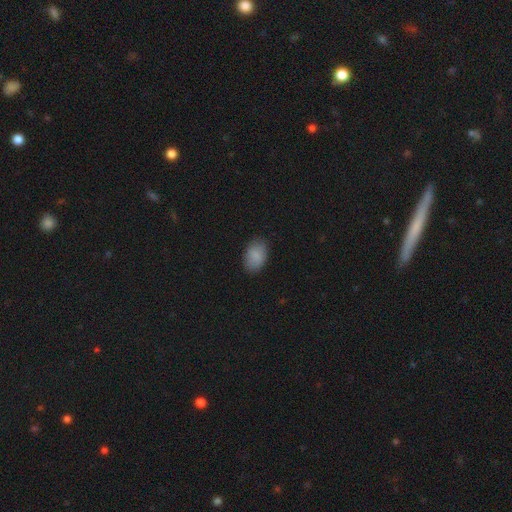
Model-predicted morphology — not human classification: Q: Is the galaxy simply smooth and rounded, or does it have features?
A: smooth — 87%.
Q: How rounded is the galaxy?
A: in between — 89%.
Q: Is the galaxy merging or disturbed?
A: none — 84%.